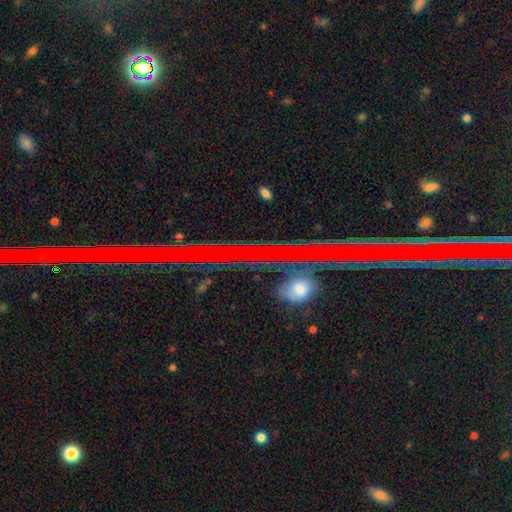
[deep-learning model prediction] Morphology: type=star or artifact (77%).